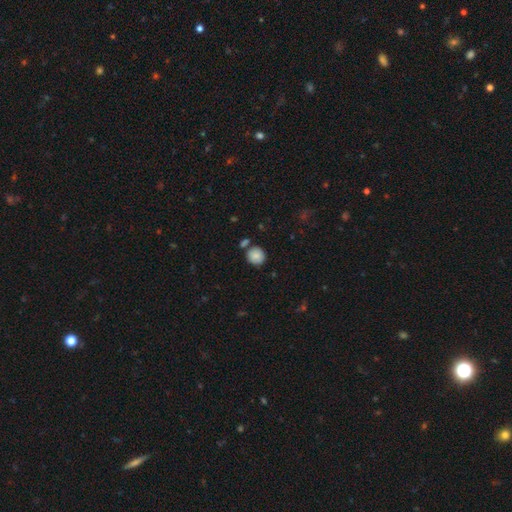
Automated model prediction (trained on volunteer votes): smooth 85%, star or artifact 8%, featured or disk 7%. Down the decision tree: how rounded — round (89%); merging — none (75%).